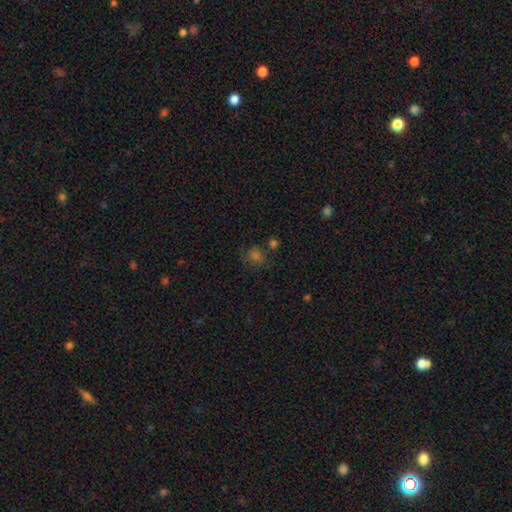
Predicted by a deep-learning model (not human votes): Smooth or featured?
  - smooth: 50% *
  - star or artifact: 36%
  - featured or disk: 14%
Merging?
  - none: 67% *
  - minor disturbance: 17%
  - major disturbance: 9%
  - merger: 7%